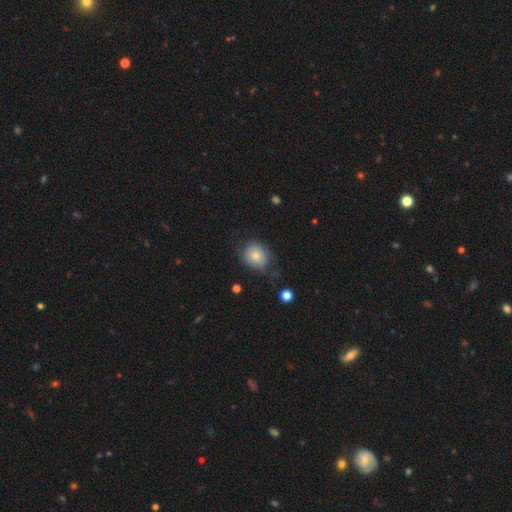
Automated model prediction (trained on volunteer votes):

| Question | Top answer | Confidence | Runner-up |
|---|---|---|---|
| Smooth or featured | smooth | 76% | featured or disk (14%) |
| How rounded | round | 73% | in between (26%) |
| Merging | none | 63% | minor disturbance (25%) |